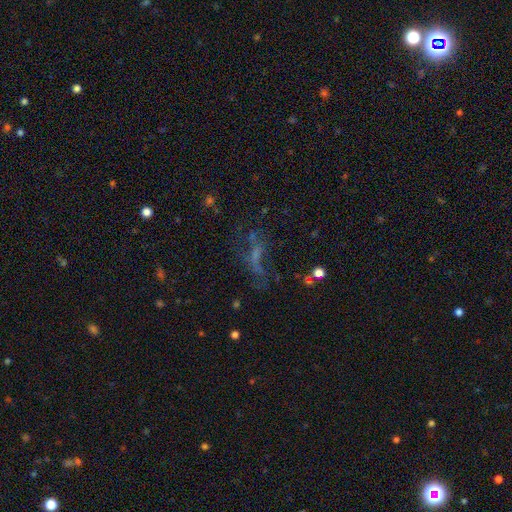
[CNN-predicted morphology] type=featured or disk (38%); merging=none (42%).